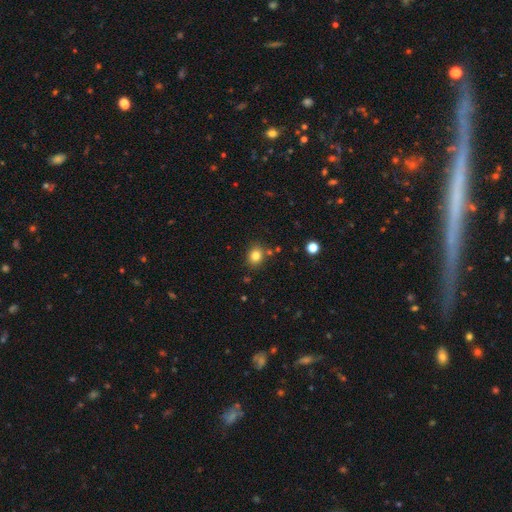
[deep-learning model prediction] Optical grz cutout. It shows a smooth galaxy with no disk features (82%) that is round (65%). Merging: none (81%).